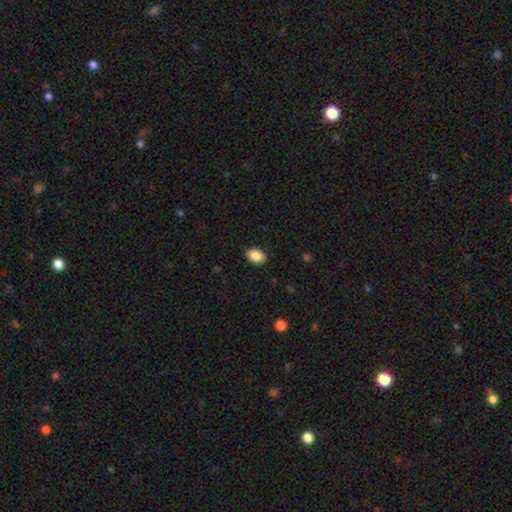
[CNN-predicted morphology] smooth_or_featured: smooth (p=0.87) [alt: star or artifact p=0.08]
how_rounded: in between (p=0.84) [alt: round p=0.15]
merging: none (p=0.88) [alt: minor disturbance p=0.09]